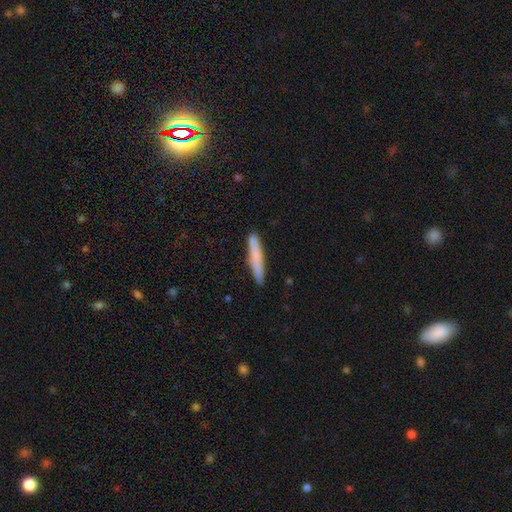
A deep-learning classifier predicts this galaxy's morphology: Smooth or featured? Predicted: smooth (p=0.74). How rounded? Predicted: cigar-shaped (p=0.95). Merging? Predicted: none (p=0.88).